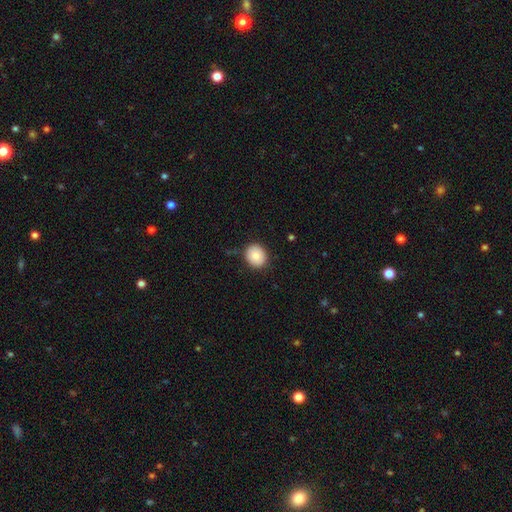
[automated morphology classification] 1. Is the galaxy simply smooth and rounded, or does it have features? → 85% smooth, 8% star or artifact, 7% featured or disk.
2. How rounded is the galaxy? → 70% round, 29% in between, 1% cigar-shaped.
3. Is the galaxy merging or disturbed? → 86% none, 11% minor disturbance, 2% major disturbance, 1% merger.